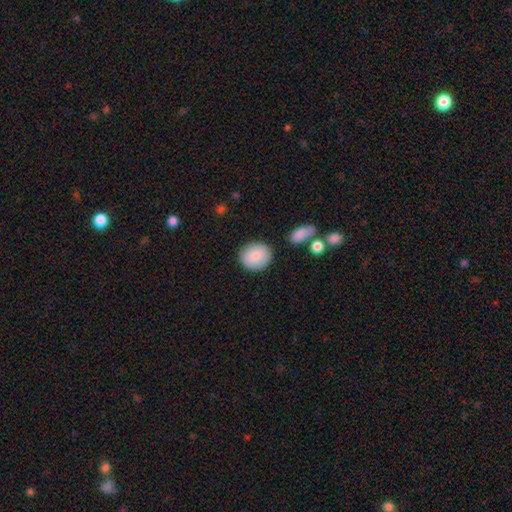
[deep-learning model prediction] Smooth or featured: smooth — 84% (featured or disk — 9%)
How rounded: round — 73% (in between — 26%)
Merging: none — 82% (minor disturbance — 11%)